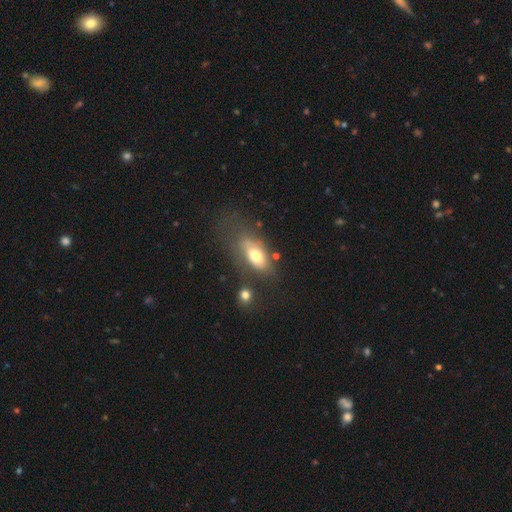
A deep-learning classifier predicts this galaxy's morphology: type=smooth (66%); roundness=in between (86%); merging=none (42%).